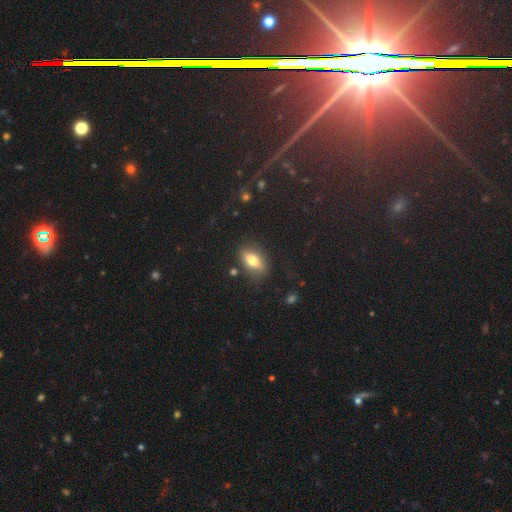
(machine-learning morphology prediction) Q: Smooth or featured?
A: smooth (70%); runner-up: featured or disk (20%)
Q: How rounded?
A: in between (84%); runner-up: cigar-shaped (9%)
Q: Merging?
A: none (79%); runner-up: minor disturbance (14%)